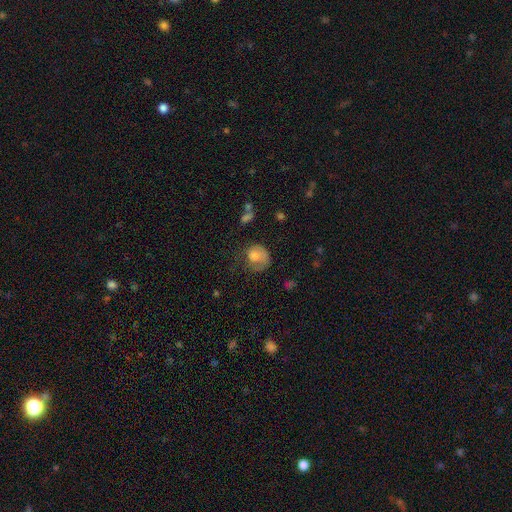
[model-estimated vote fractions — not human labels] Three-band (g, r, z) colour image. It shows a smooth galaxy with no disk features (69%) that is round (69%). Merging: major disturbance (37%).